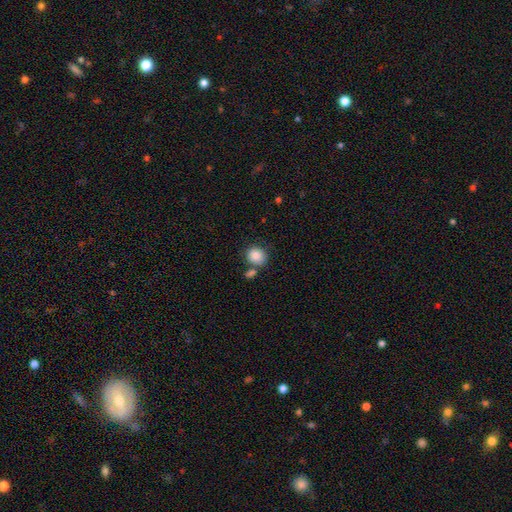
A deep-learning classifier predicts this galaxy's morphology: Overall: smooth (86%). How rounded: round (74%). Merging: none (64%).